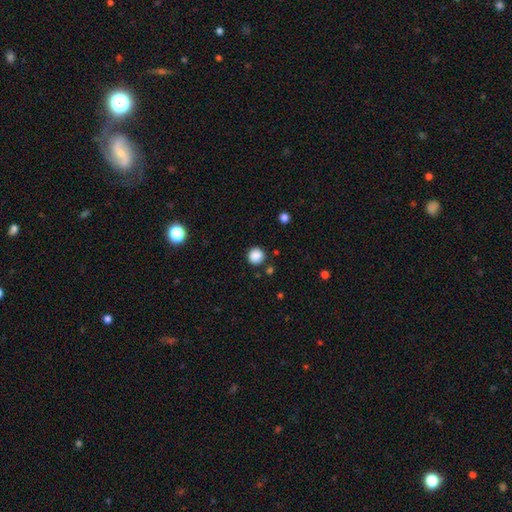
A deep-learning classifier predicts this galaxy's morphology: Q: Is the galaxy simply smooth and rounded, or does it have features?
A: smooth — 87%.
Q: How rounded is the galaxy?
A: round — 94%.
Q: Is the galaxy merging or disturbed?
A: none — 87%.